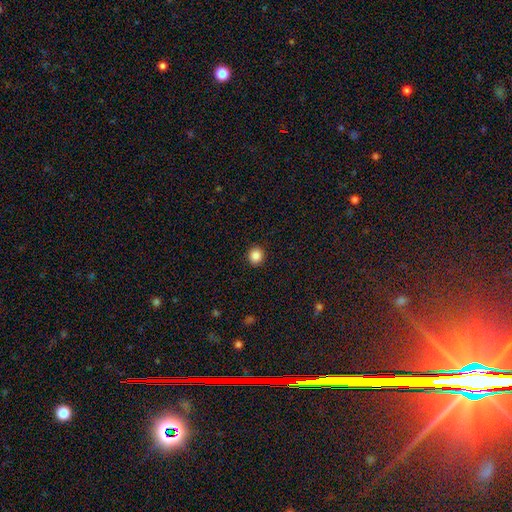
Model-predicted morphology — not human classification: Smooth or featured? smooth (87%)
How rounded? round (85%)
Merging? none (92%)